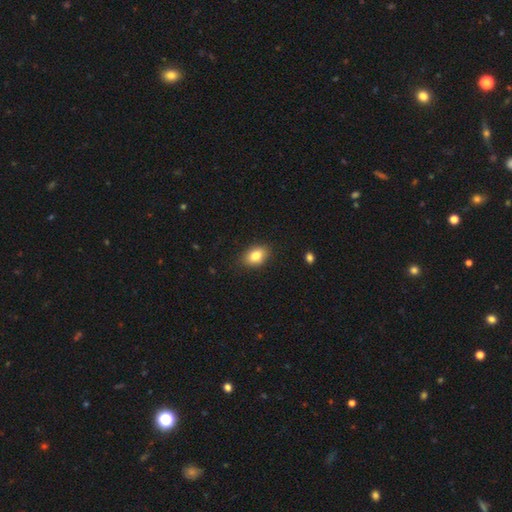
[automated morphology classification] smooth_or_featured: smooth (p=0.82) [alt: featured or disk p=0.10]
how_rounded: in between (p=0.82) [alt: round p=0.17]
merging: none (p=0.86) [alt: minor disturbance p=0.10]